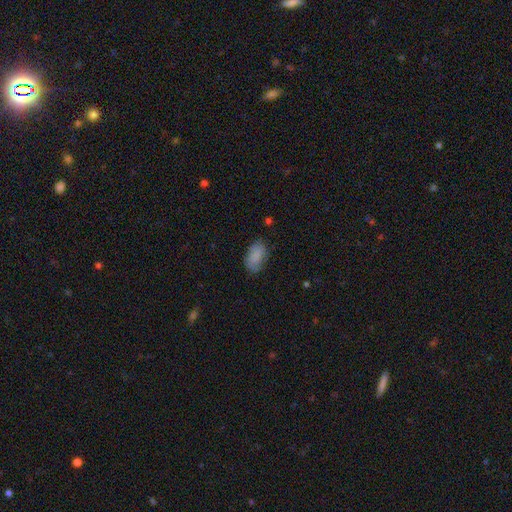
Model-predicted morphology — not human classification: Q: Smooth or featured?
A: smooth (83%); runner-up: featured or disk (9%)
Q: How rounded?
A: in between (93%); runner-up: round (5%)
Q: Merging?
A: none (71%); runner-up: minor disturbance (22%)